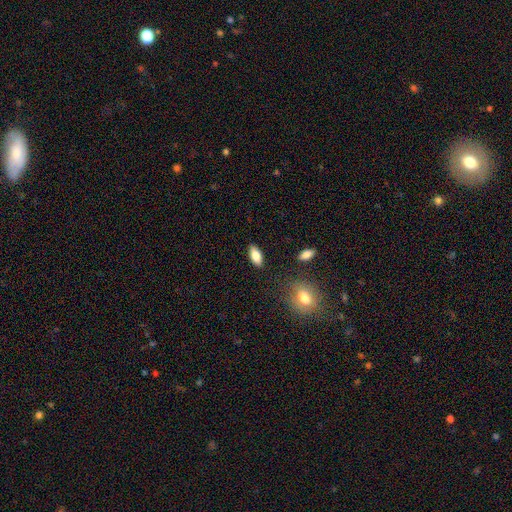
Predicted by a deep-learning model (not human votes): smooth-or-featured: smooth: 81% | featured or disk: 12% | star or artifact: 7%
  how-rounded: in between: 87% | cigar-shaped: 10% | round: 3%
  merging: none: 86% | minor disturbance: 9% | major disturbance: 2% | merger: 2%